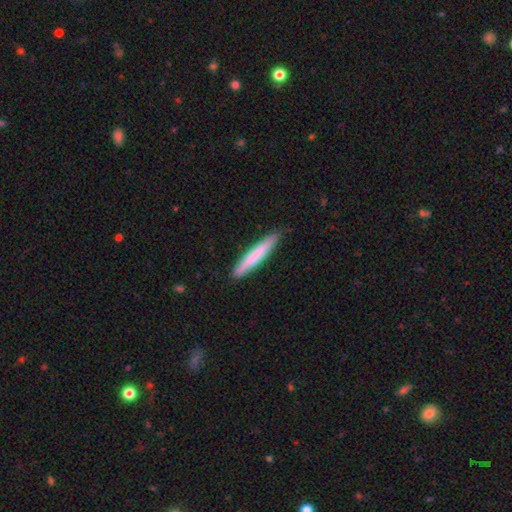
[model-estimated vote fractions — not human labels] A smooth galaxy with no disk features (72%) that is cigar-shaped (95%). Merging: none (89%).